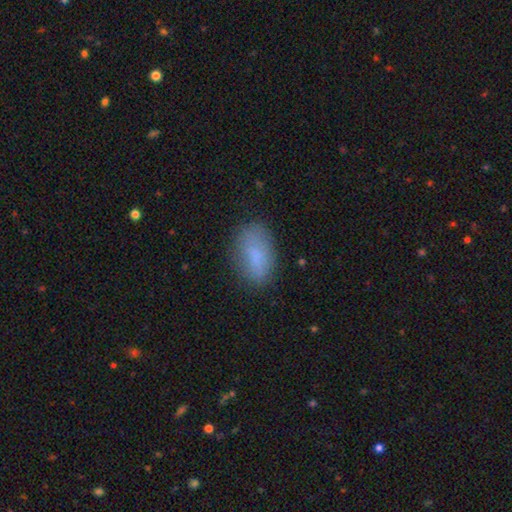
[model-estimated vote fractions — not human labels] Q: Smooth or featured?
A: smooth (79%); runner-up: featured or disk (13%)
Q: How rounded?
A: in between (91%); runner-up: round (5%)
Q: Merging?
A: none (75%); runner-up: minor disturbance (18%)